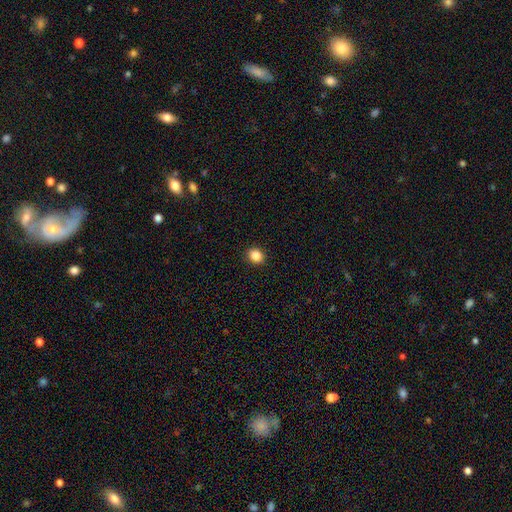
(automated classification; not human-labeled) Q: Smooth or featured?
A: smooth (87%); runner-up: star or artifact (10%)
Q: How rounded?
A: round (67%); runner-up: in between (32%)
Q: Merging?
A: none (92%); runner-up: minor disturbance (6%)